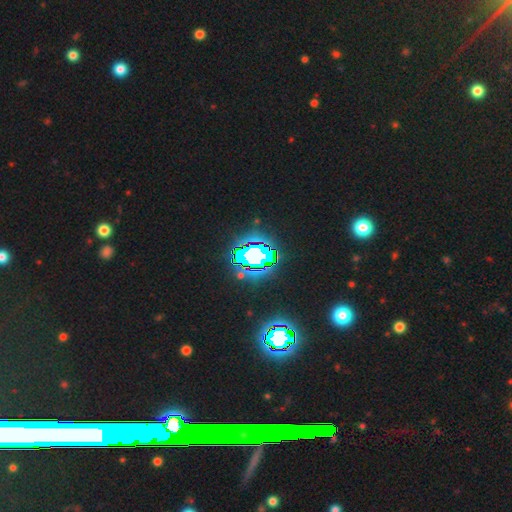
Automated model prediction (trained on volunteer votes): smooth-or-featured: star or artifact: 70% | smooth: 16% | featured or disk: 14%